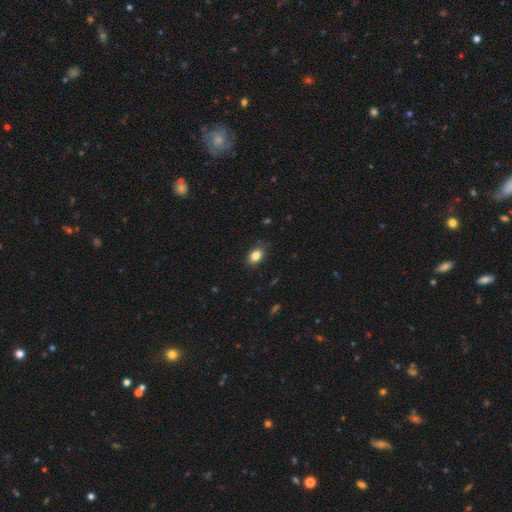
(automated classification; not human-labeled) Morphology: type=smooth (84%); roundness=in between (82%); merging=none (80%).